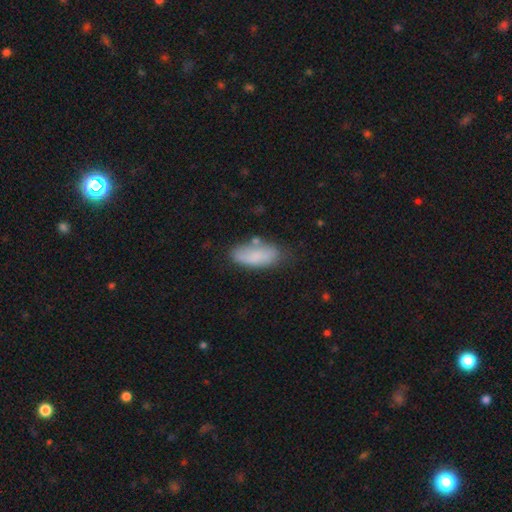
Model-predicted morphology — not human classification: Overall: smooth (79%). How rounded: in between (82%). Merging: none (64%).